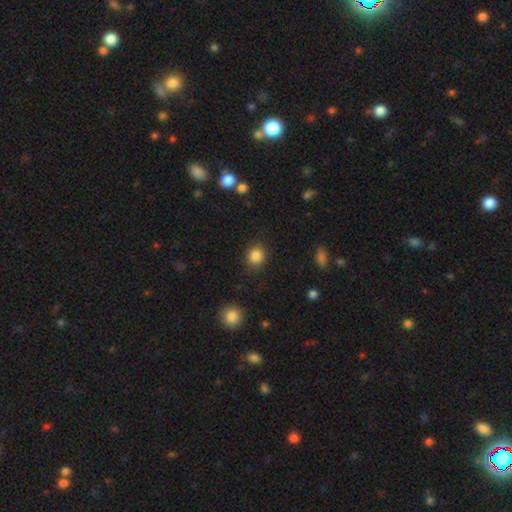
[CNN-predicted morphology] type=smooth (86%); roundness=round (79%); merging=none (86%).